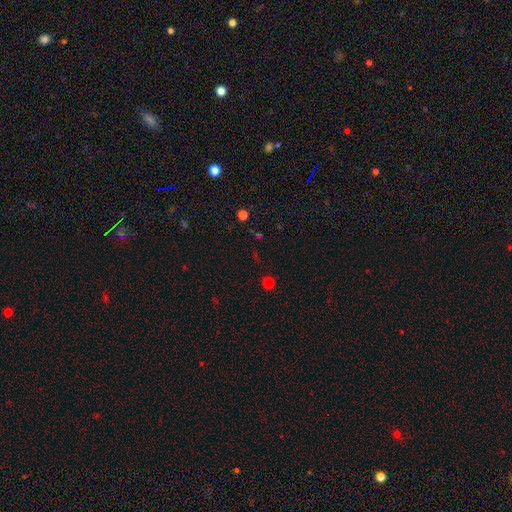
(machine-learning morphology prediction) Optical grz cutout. It shows a star or artifact, not a galaxy (54%).